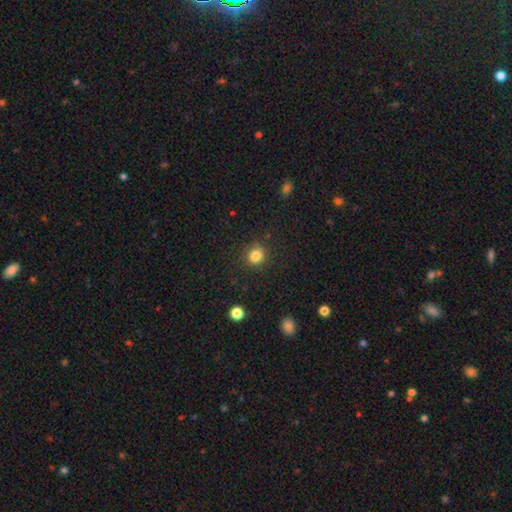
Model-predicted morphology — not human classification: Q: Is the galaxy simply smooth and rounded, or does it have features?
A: smooth — 83%.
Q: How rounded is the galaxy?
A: round — 84%.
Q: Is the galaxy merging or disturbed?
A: none — 86%.